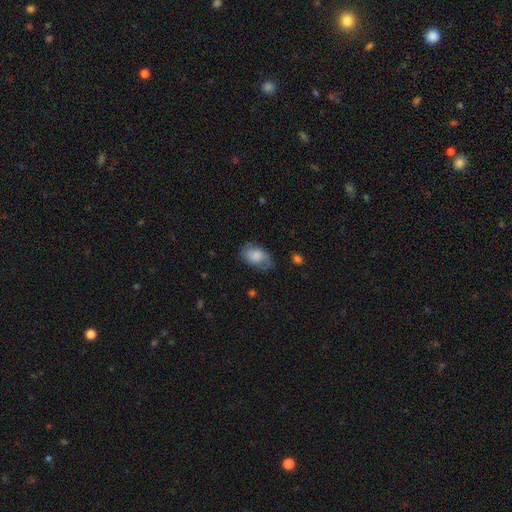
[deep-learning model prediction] Smooth or featured? Predicted: smooth (p=0.65). How rounded? Predicted: in between (p=0.89). Merging? Predicted: none (p=0.62).